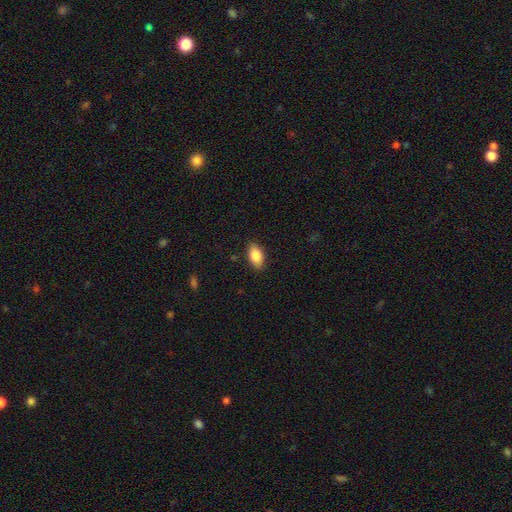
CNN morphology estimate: Q: Smooth or featured?
A: smooth (85%); runner-up: featured or disk (8%)
Q: How rounded?
A: in between (91%); runner-up: round (5%)
Q: Merging?
A: none (88%); runner-up: minor disturbance (9%)